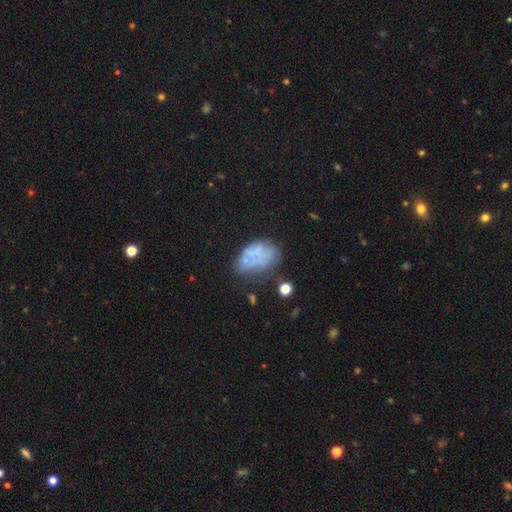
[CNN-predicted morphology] Smooth or featured? Predicted: smooth (p=0.47). Merging? Predicted: none (p=0.39).